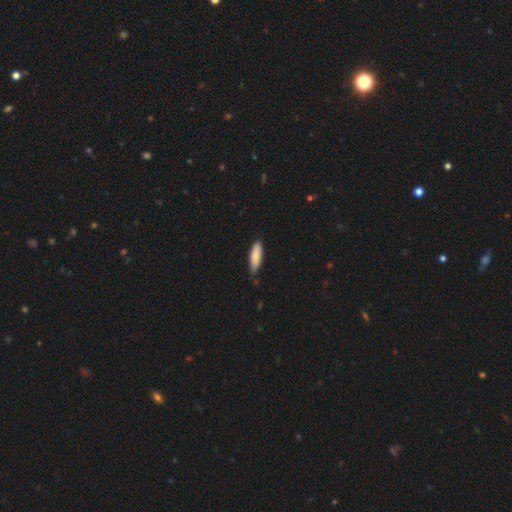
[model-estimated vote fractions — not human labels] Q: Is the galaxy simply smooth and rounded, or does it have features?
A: smooth — 84%.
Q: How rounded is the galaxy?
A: cigar-shaped — 52%.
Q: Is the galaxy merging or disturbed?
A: none — 77%.